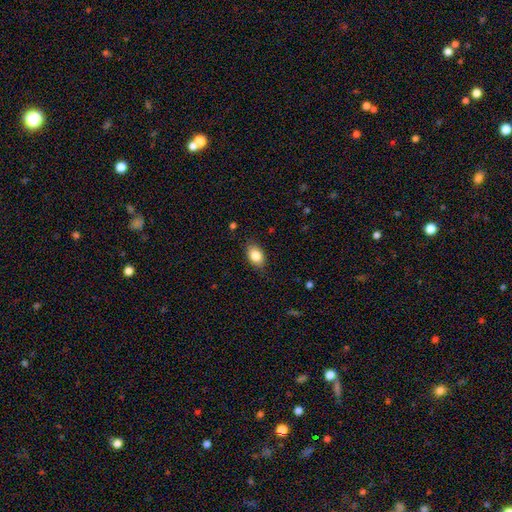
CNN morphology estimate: Smooth or featured?
  - smooth: 83% *
  - featured or disk: 9%
  - star or artifact: 8%
How rounded?
  - in between: 84% *
  - round: 14%
  - cigar-shaped: 2%
Merging?
  - none: 83% *
  - minor disturbance: 13%
  - major disturbance: 3%
  - merger: 1%